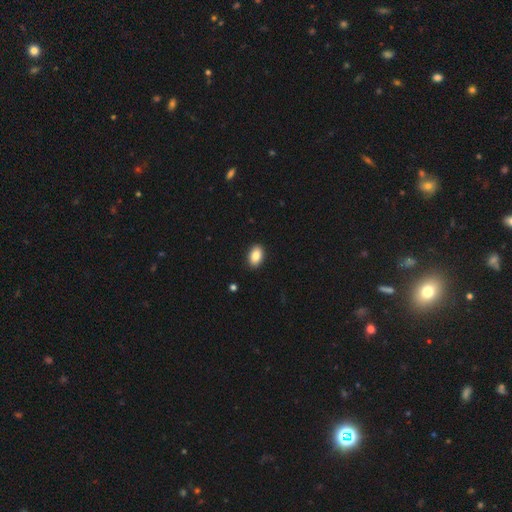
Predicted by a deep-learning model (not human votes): Smooth or featured?
  - smooth: 87% *
  - star or artifact: 7%
  - featured or disk: 6%
How rounded?
  - in between: 90% *
  - round: 8%
  - cigar-shaped: 2%
Merging?
  - none: 91% *
  - minor disturbance: 6%
  - major disturbance: 2%
  - merger: 1%